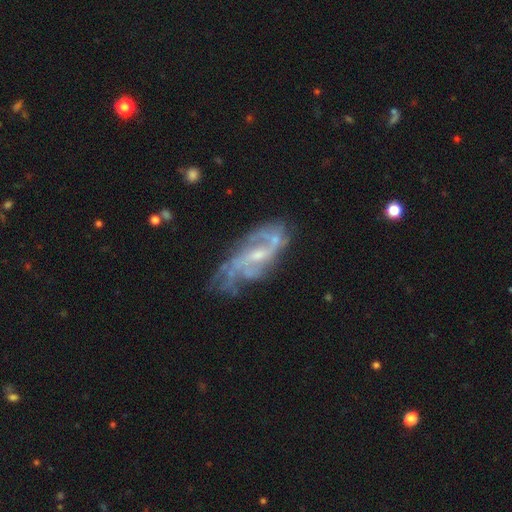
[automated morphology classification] A featured or disk galaxy (83%) with a weak bar (48%), medium (39%) spiral arms (88%) and a small central bulge (61%). Merging: none (56%).